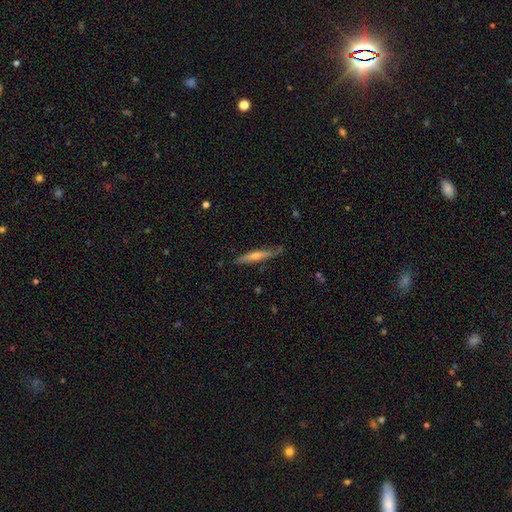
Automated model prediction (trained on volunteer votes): featured or disk 55%, smooth 39%, star or artifact 6%. Down the decision tree: edge-on disk — yes (92%); edge-on bulge — rounded (74%); merging — none (81%).